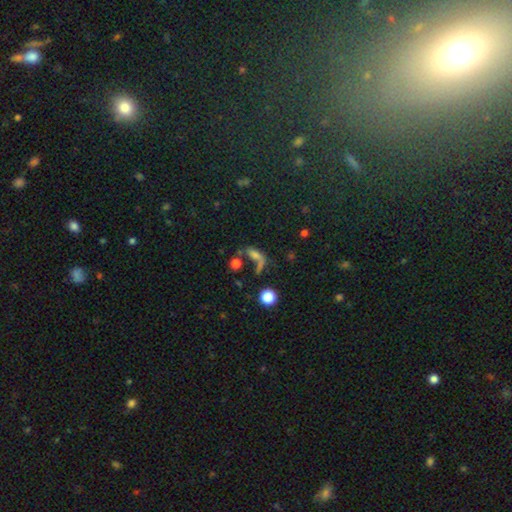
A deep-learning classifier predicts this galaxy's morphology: Q: Smooth or featured?
A: smooth (54%); runner-up: featured or disk (25%)
Q: How rounded?
A: in between (55%); runner-up: cigar-shaped (24%)
Q: Merging?
A: none (31%); runner-up: major disturbance (27%)